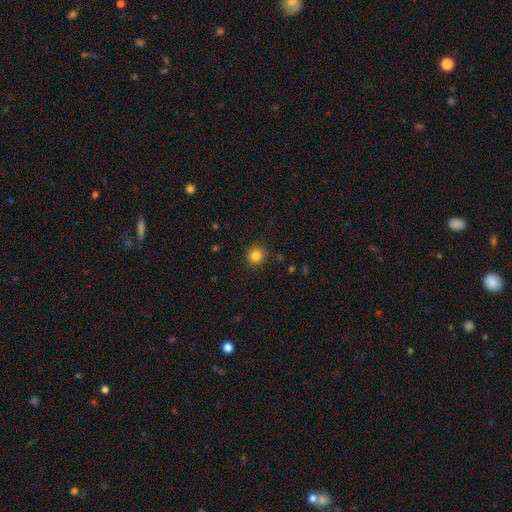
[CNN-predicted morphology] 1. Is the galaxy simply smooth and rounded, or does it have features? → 83% smooth, 12% star or artifact, 5% featured or disk.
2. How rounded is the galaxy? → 94% round, 5% in between, 1% cigar-shaped.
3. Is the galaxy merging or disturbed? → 91% none, 6% minor disturbance, 2% major disturbance, 1% merger.